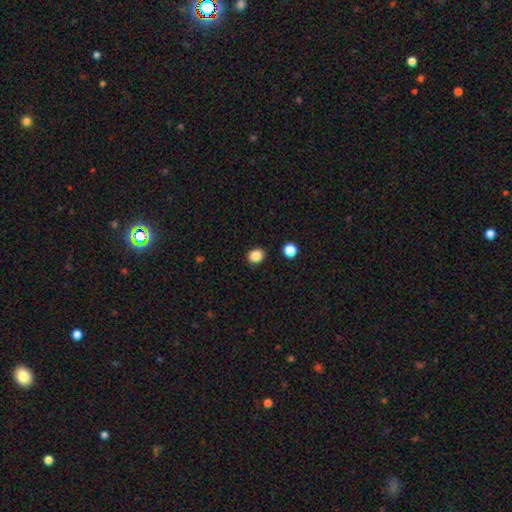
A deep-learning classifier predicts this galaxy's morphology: The model was most divided on "how rounded": round: 63%, in between: 36%, cigar-shaped: 1%. More confident: merging — none (90%); smooth or featured — smooth (86%).